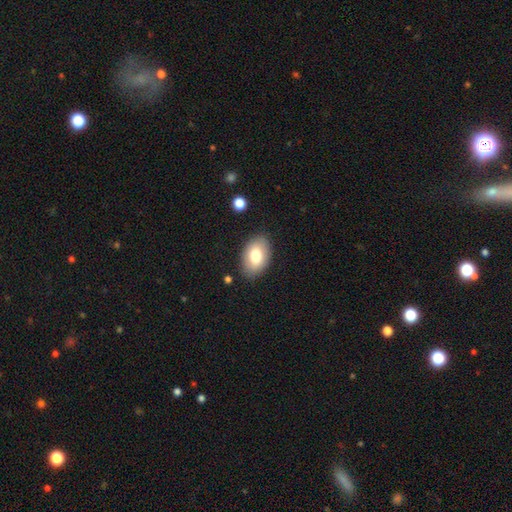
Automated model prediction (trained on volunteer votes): A smooth galaxy with no disk features (78%) that is in between round and cigar-shaped (90%). Merging: none (85%).